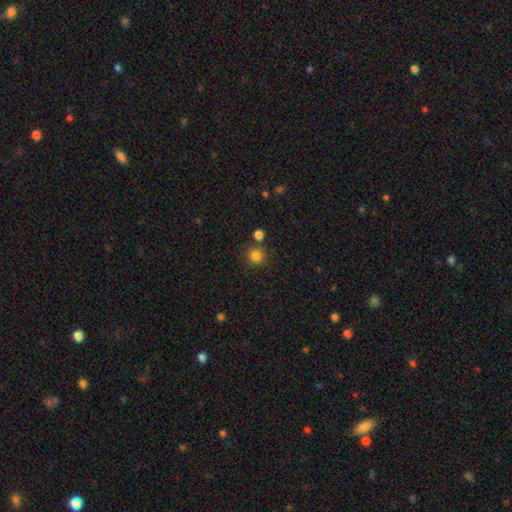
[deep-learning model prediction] A smooth galaxy with no disk features (83%) that is round (89%). Merging: none (77%).